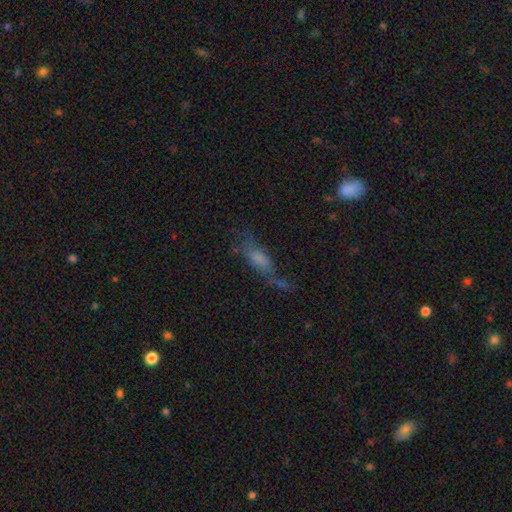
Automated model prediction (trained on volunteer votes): smooth_or_featured: smooth (p=0.50) [alt: featured or disk p=0.34]
merging: none (p=0.39) [alt: major disturbance p=0.29]